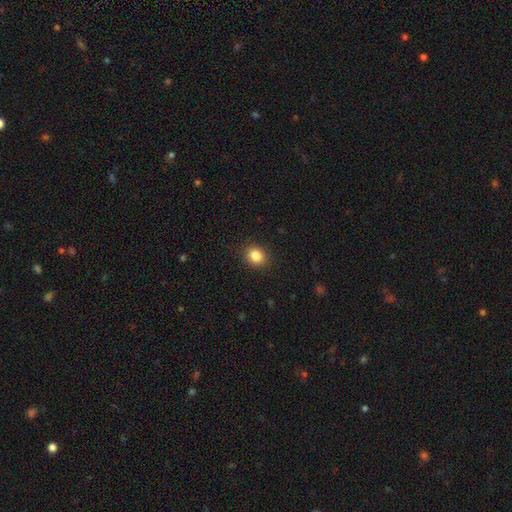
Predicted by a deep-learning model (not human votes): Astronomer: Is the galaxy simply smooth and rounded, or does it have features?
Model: smooth — 84%.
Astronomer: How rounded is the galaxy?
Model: round — 64%.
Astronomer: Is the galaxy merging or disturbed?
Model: none — 90%.